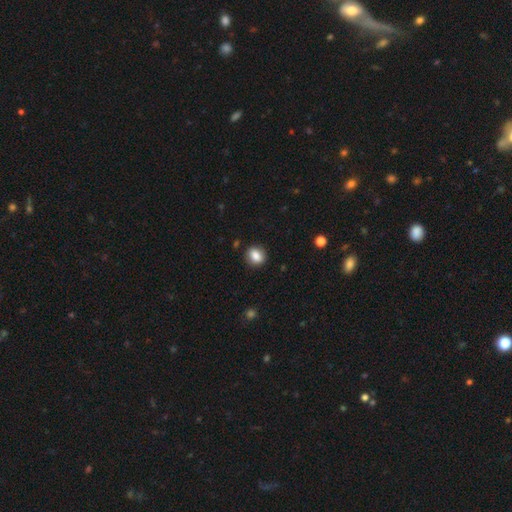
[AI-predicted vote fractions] Overall: smooth (85%). How rounded: round (57%; in between 41%). Merging: none (87%).